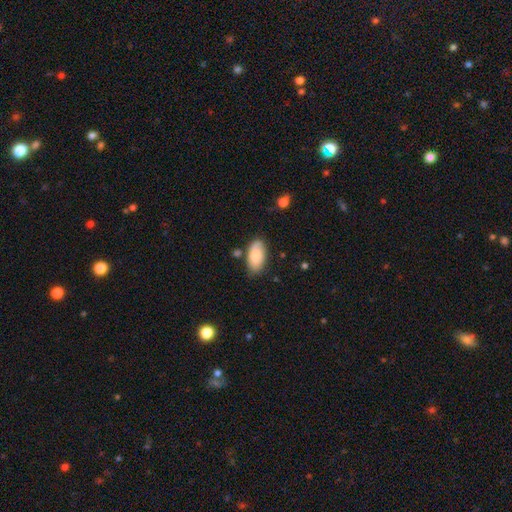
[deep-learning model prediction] Smooth or featured? smooth (78%)
How rounded? in between (94%)
Merging? none (71%)